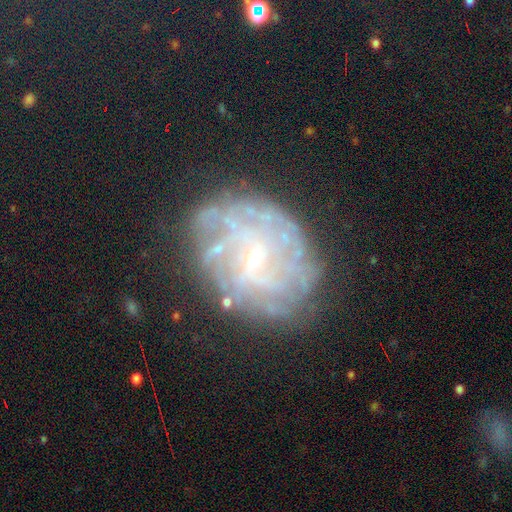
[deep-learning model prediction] A featured or disk galaxy (70%) with no bar (67%), spiral arms (74%) and a small central bulge (80%). Merging: none (71%).